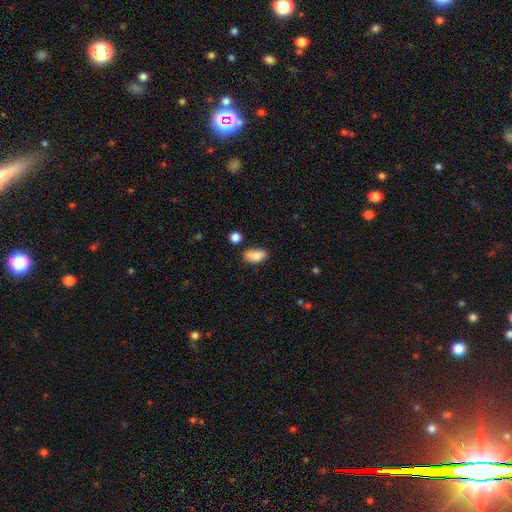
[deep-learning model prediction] Smooth or featured: smooth — 86% (star or artifact — 8%)
How rounded: in between — 92% (round — 5%)
Merging: none — 68% (minor disturbance — 20%)